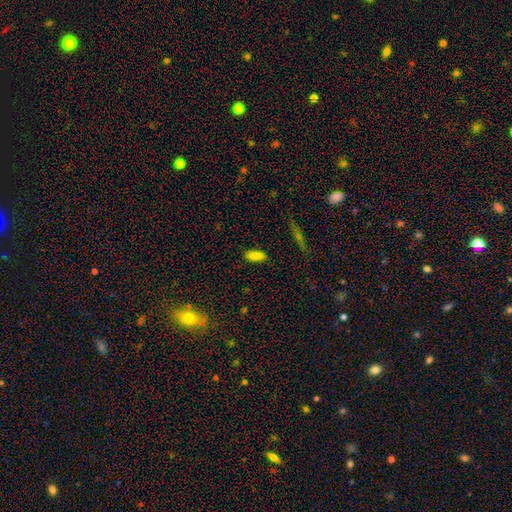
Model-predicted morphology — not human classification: Smooth or featured?
  - smooth: 84% *
  - star or artifact: 11%
  - featured or disk: 5%
How rounded?
  - in between: 86% *
  - cigar-shaped: 11%
  - round: 2%
Merging?
  - none: 85% *
  - minor disturbance: 11%
  - major disturbance: 3%
  - merger: 2%